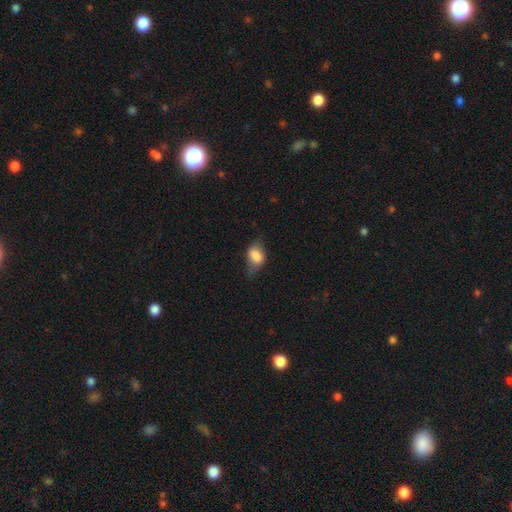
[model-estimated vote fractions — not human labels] Smooth or featured? smooth (75%)
How rounded? in between (82%)
Merging? none (47%)